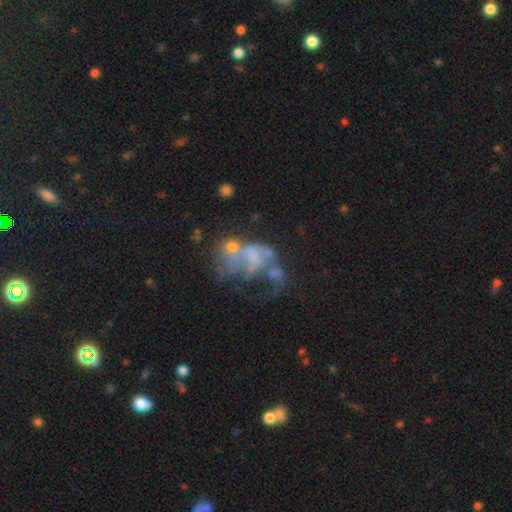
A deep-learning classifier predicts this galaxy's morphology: This is possibly a featured or disk galaxy (57%). It is clearly not viewed edge-on (98%). Bar: clearly no (86%). Spiral arm pattern: clearly no (84%). Central bulge: possibly none (57%). Merging: marginally merger (40%).